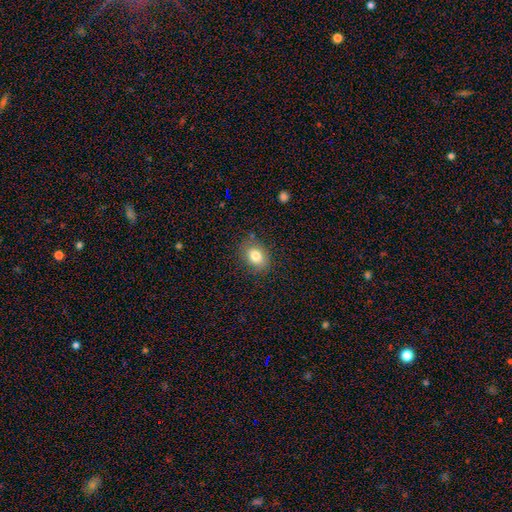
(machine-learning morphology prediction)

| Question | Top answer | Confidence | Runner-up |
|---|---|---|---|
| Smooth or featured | smooth | 80% | featured or disk (10%) |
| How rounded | in between | 61% | round (38%) |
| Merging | none | 81% | minor disturbance (13%) |